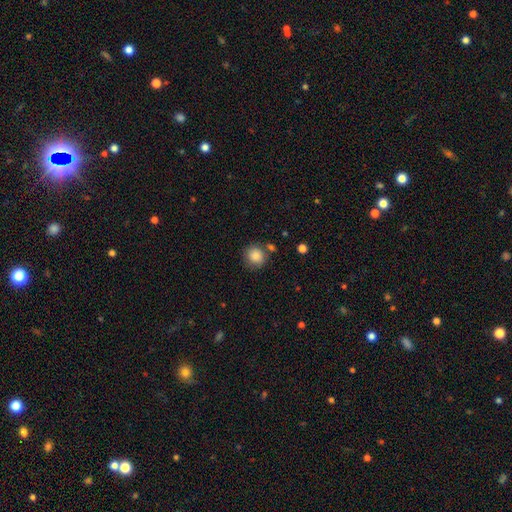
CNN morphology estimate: Smooth or featured: smooth — 86% (star or artifact — 9%)
How rounded: round — 88% (in between — 11%)
Merging: none — 76% (minor disturbance — 11%)